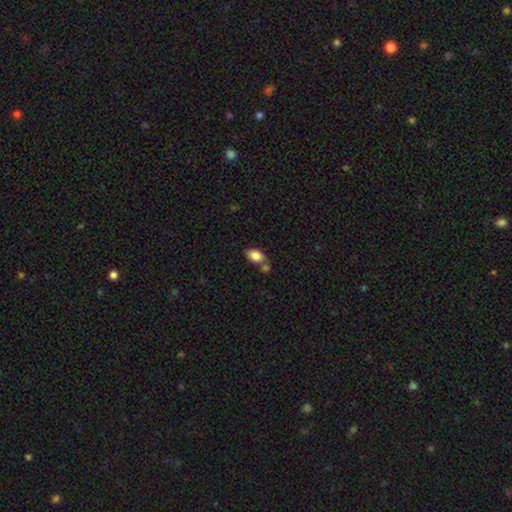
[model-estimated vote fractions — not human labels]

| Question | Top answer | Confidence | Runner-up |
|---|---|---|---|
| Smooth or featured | smooth | 84% | featured or disk (8%) |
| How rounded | in between | 90% | round (9%) |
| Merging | none | 55% | merger (26%) |